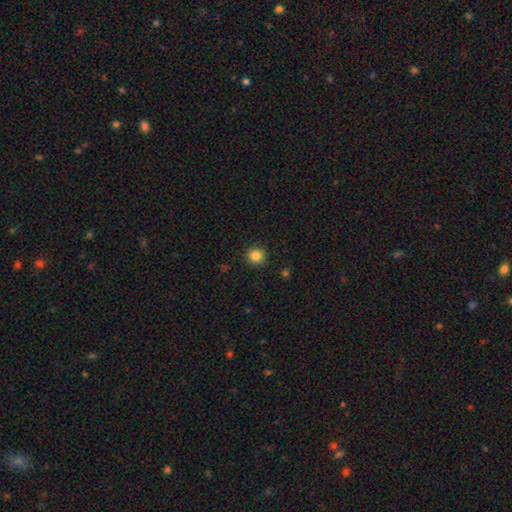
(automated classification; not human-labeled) Overall: smooth (85%). How rounded: round (93%). Merging: none (92%).